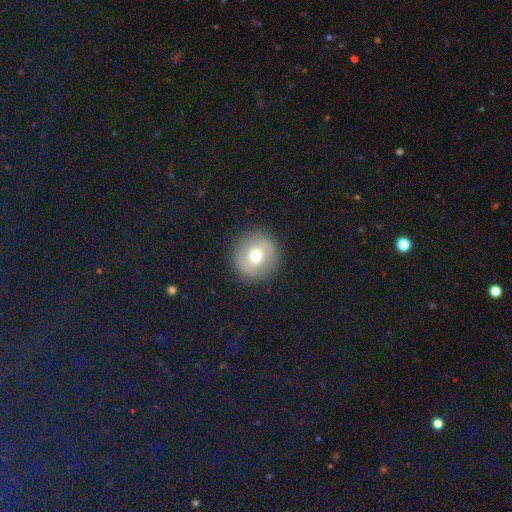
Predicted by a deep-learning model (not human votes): smooth-or-featured: smooth: 68% | featured or disk: 22% | star or artifact: 10%
  how-rounded: round: 92% | in between: 7% | cigar-shaped: 1%
  merging: none: 90% | minor disturbance: 6% | major disturbance: 3% | merger: 1%